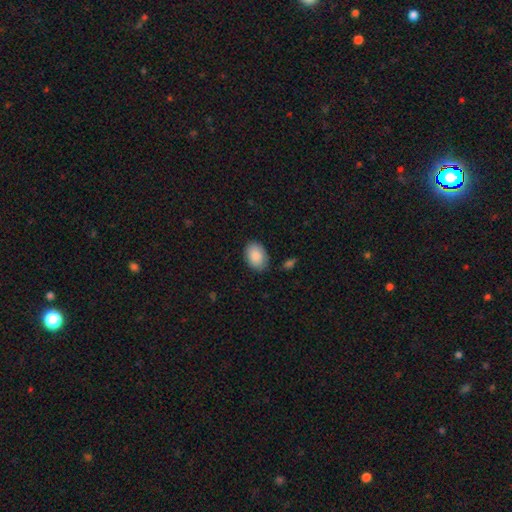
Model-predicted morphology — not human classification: smooth_or_featured: smooth (p=0.88) [alt: star or artifact p=0.06]
how_rounded: in between (p=0.83) [alt: round p=0.16]
merging: none (p=0.84) [alt: minor disturbance p=0.12]